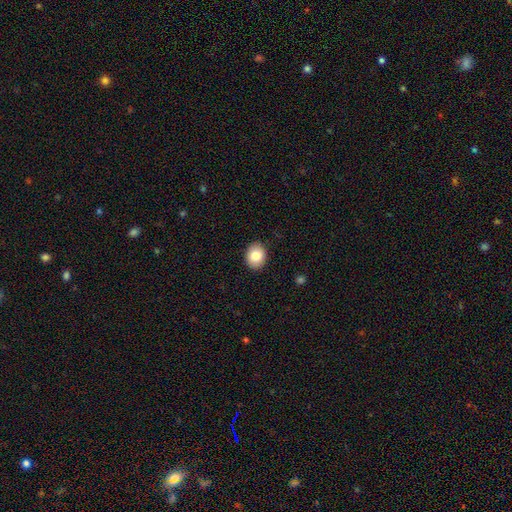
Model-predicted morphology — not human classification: The model was most divided on "how rounded": round: 52%, in between: 47%, cigar-shaped: 1%. More confident: merging — none (90%); smooth or featured — smooth (83%).